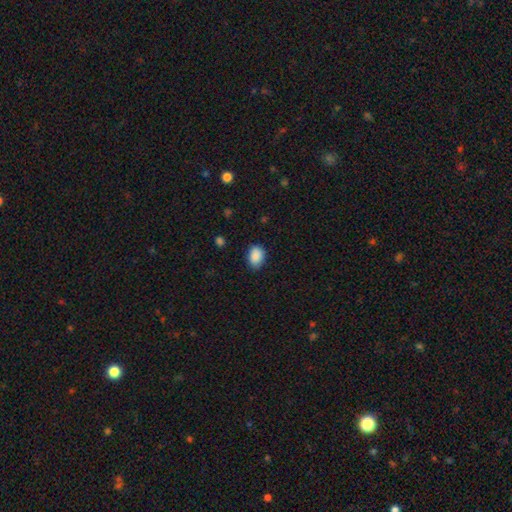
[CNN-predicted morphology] Overall: smooth (89%). How rounded: in between (78%). Merging: none (77%).